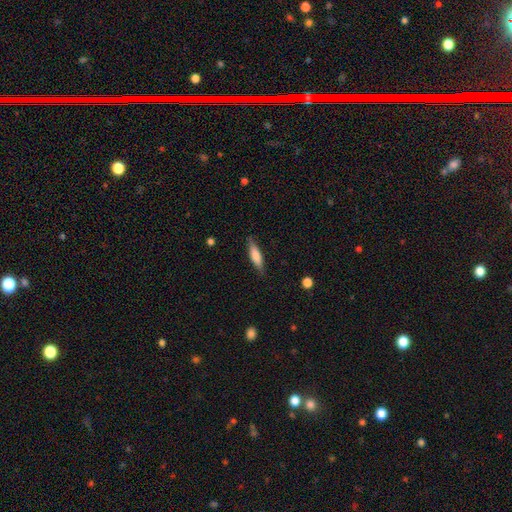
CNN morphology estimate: Overall: smooth (71%). How rounded: cigar-shaped (67%; in between 31%). Merging: none (84%).